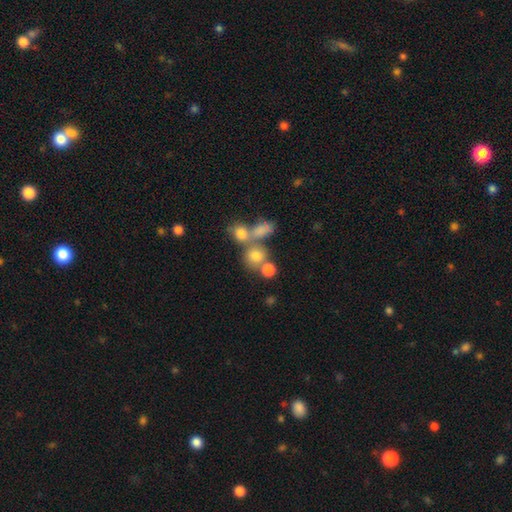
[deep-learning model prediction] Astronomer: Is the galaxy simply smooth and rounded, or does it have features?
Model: smooth — 72%.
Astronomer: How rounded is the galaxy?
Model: round — 74%.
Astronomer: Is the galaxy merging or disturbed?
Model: none — 43% (runner-up: merger, 42%).